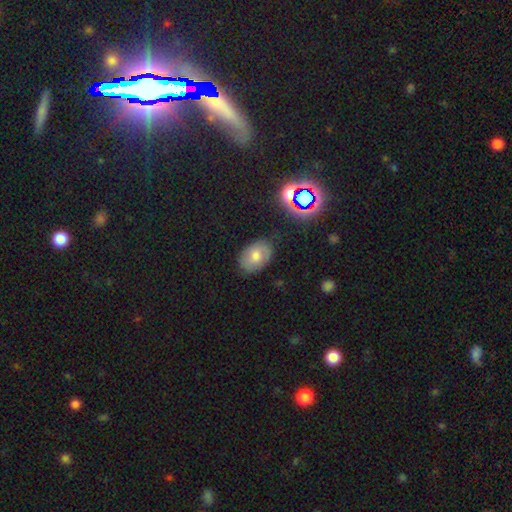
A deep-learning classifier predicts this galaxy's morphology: This appears to be a smooth galaxy with no disk features (67%) that is in between round and cigar-shaped (81%). Merging: none (79%).